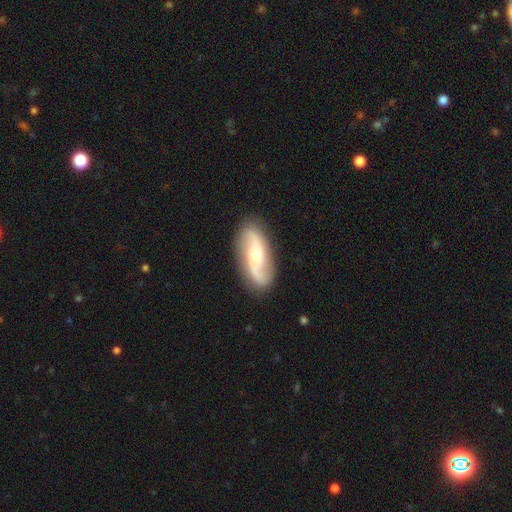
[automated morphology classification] smooth-or-featured: featured or disk: 75% | smooth: 19% | star or artifact: 6%
  disk-edge-on: no: 93% | yes: 7%
    bar: no: 53% | weak: 34% | strong: 12%
    has-spiral-arms: yes: 95% | no: 5%
      spiral-winding: loose: 55% | medium: 32% | tight: 13%
      spiral-arm-count: 2: 90% | can't tell: 4% | 1: 2% | 3: 1% | 4: 1% | more than 4: 1%
    bulge-size: small: 52% | moderate: 39% | large: 4% | none: 3% | dominant: 1%
  merging: none: 84% | minor disturbance: 11% | major disturbance: 3% | merger: 1%